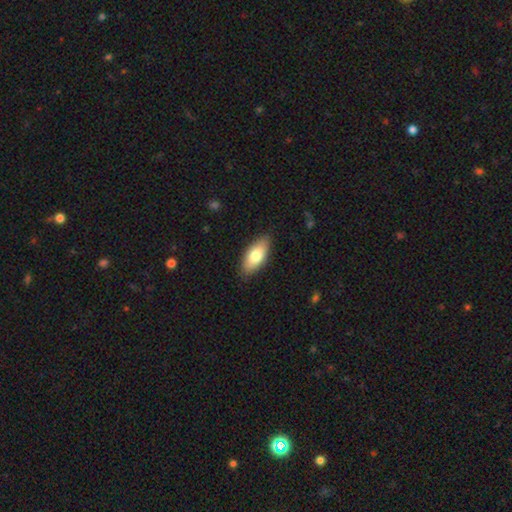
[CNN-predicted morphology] Smooth or featured?
  - smooth: 76% *
  - featured or disk: 18%
  - star or artifact: 6%
How rounded?
  - in between: 85% *
  - cigar-shaped: 12%
  - round: 2%
Merging?
  - none: 85% *
  - minor disturbance: 12%
  - major disturbance: 2%
  - merger: 1%